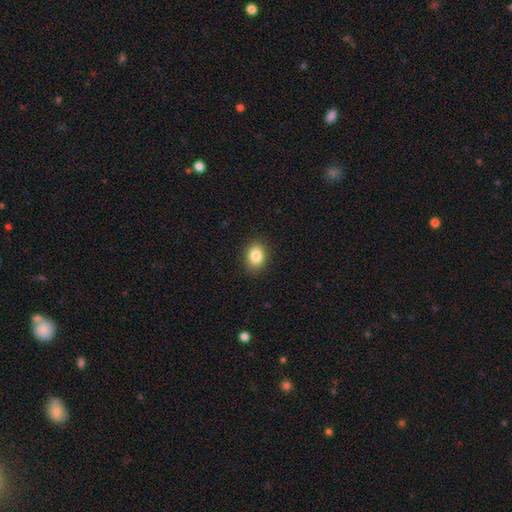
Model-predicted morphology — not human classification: smooth_or_featured: smooth (p=0.85) [alt: star or artifact p=0.09]
how_rounded: in between (p=0.62) [alt: round p=0.37]
merging: none (p=0.89) [alt: minor disturbance p=0.08]